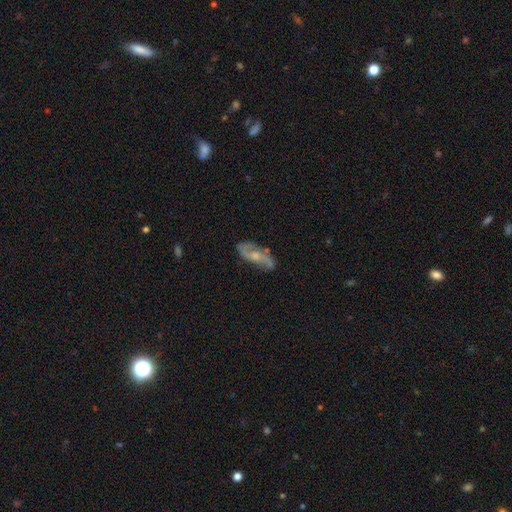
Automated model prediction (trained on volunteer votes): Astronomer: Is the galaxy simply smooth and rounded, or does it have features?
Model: featured or disk — 77%.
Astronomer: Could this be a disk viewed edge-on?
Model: no — 89%.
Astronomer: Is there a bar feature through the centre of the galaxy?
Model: no — 55% (runner-up: weak, 36%).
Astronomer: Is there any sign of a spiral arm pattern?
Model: yes — 91%.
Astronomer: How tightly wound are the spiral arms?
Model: loose — 48% (runner-up: medium, 38%).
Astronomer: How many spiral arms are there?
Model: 2 — 87%.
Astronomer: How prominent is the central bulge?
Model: moderate — 51% (runner-up: small, 37%).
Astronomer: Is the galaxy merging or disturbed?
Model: none — 73%.